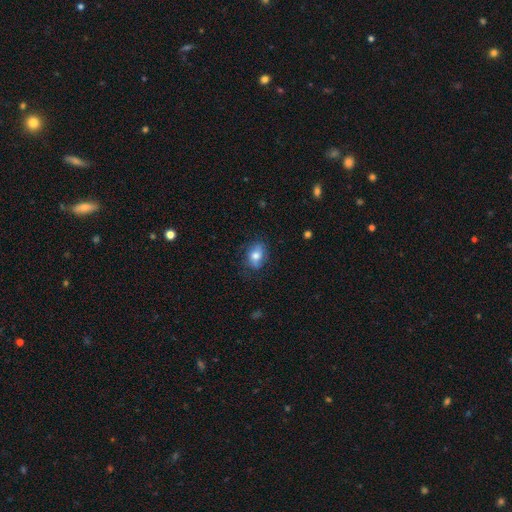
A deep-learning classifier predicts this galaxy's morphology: Overall: smooth (67%). How rounded: in between (70%). Merging: none (72%).